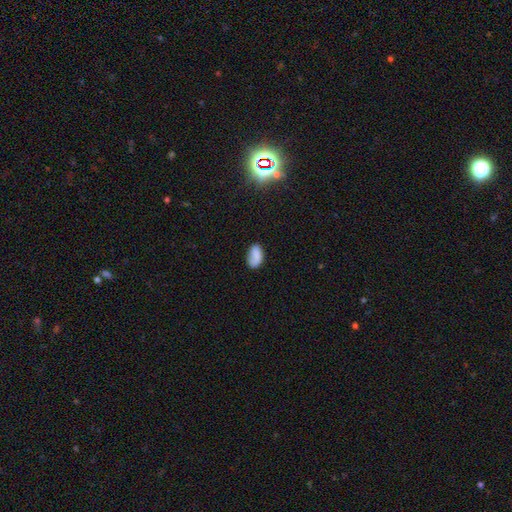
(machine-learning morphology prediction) This is likely a smooth galaxy (76%). How rounded: clearly in between (91%). Merging: likely none (66%).